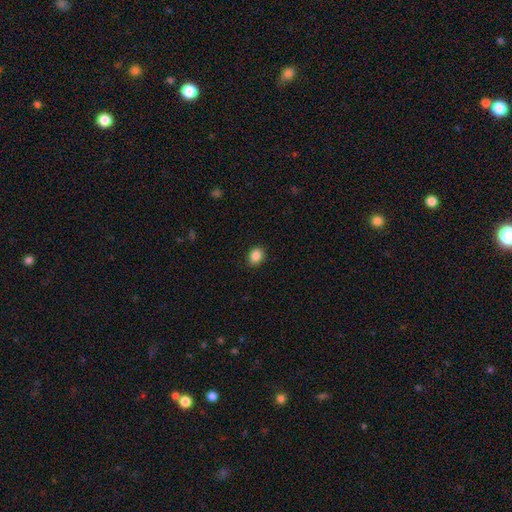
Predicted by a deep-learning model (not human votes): Smooth or featured? smooth (87%)
How rounded? in between (55%)
Merging? none (89%)